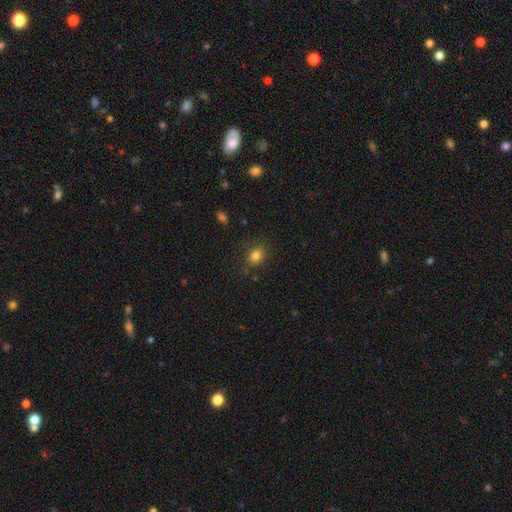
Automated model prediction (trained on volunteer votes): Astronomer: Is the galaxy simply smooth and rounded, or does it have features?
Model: smooth — 81%.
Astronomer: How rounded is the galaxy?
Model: round — 51% (runner-up: in between, 48%).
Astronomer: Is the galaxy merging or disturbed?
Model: none — 82%.